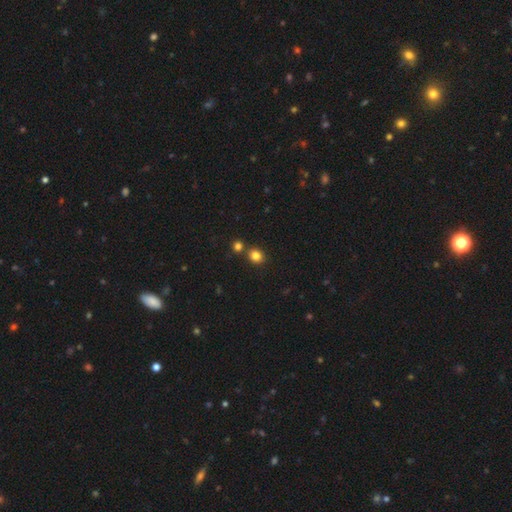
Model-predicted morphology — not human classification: A smooth galaxy with no disk features (82%) that is round (75%). Merging: none (74%).